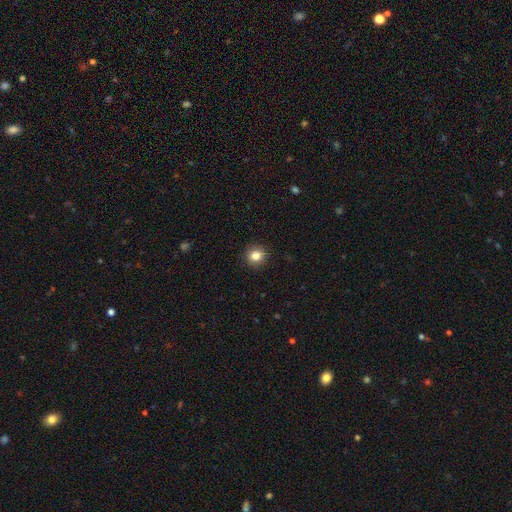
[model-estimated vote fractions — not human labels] smooth 83%, star or artifact 11%, featured or disk 6%. Down the decision tree: how rounded — round (90%); merging — none (92%).